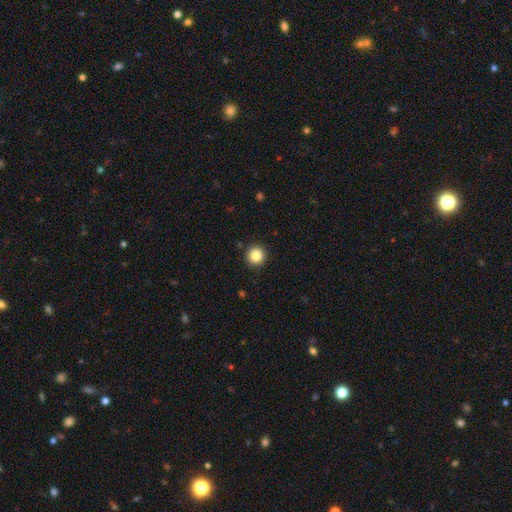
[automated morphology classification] Smooth or featured?
  - smooth: 85% *
  - star or artifact: 10%
  - featured or disk: 5%
How rounded?
  - round: 96% *
  - in between: 3%
  - cigar-shaped: 1%
Merging?
  - none: 92% *
  - minor disturbance: 5%
  - major disturbance: 2%
  - merger: 1%